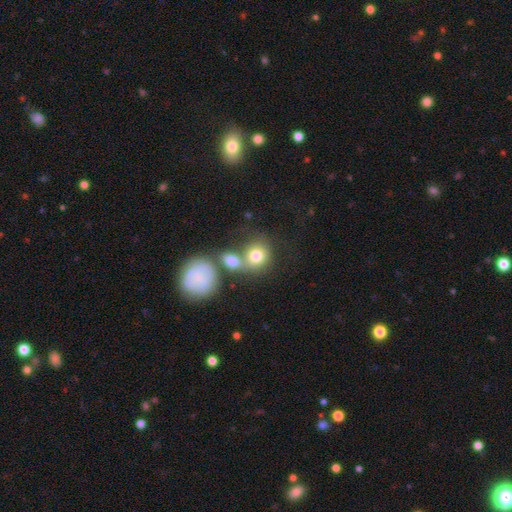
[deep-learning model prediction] smooth-or-featured: smooth: 75% | featured or disk: 15% | star or artifact: 9%
  how-rounded: round: 73% | in between: 26% | cigar-shaped: 1%
  merging: merger: 42% | none: 40% | minor disturbance: 12% | major disturbance: 7%